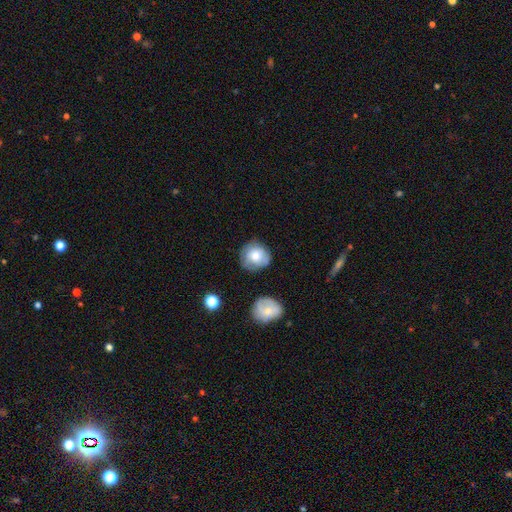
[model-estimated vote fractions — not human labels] Q: Smooth or featured?
A: smooth (70%); runner-up: featured or disk (22%)
Q: How rounded?
A: round (83%); runner-up: in between (16%)
Q: Merging?
A: none (66%); runner-up: minor disturbance (23%)